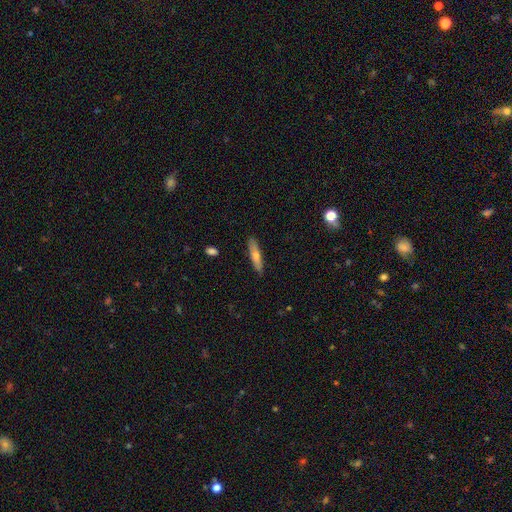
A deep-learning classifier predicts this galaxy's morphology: This appears to be a smooth galaxy with no disk features (58%) that is cigar-shaped (84%). Merging: none (89%).